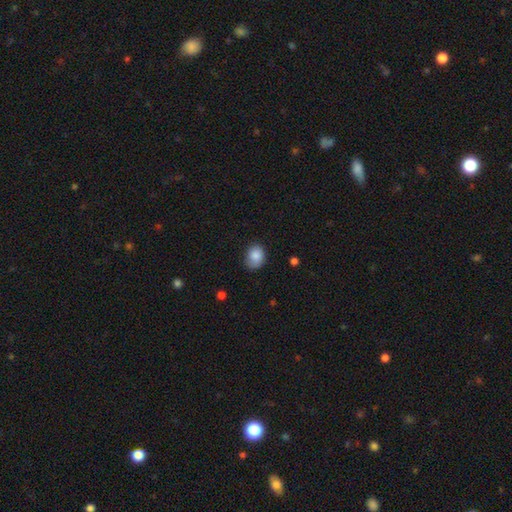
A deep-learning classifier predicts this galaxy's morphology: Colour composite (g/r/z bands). It shows a smooth galaxy with no disk features (86%) that is in between round and cigar-shaped (52%). Merging: none (67%).